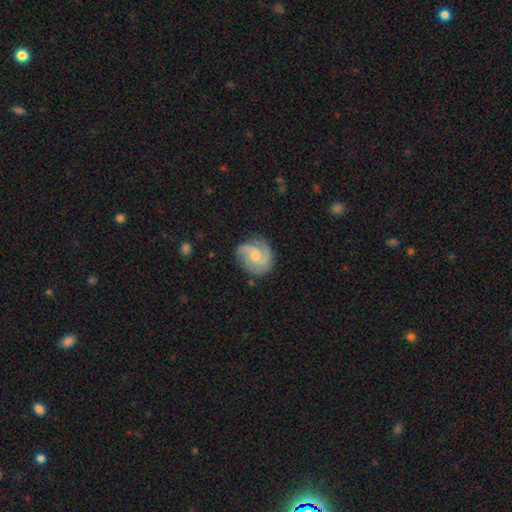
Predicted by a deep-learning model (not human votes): A featured or disk galaxy (77%) with no bar (61%), 2 (41%) medium (49%) spiral arms (96%) and a small central bulge (52%). Merging: none (75%).